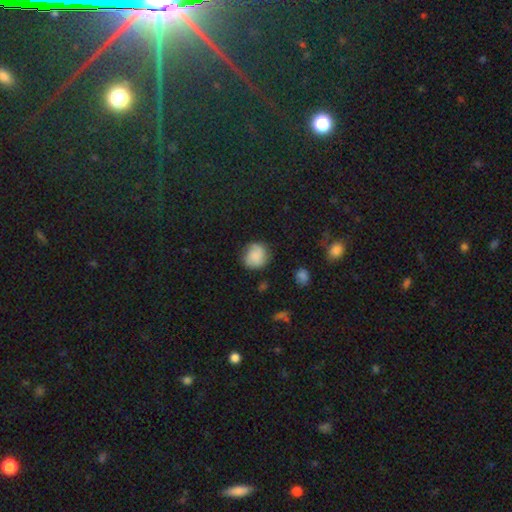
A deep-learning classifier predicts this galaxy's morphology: A smooth galaxy with no disk features (73%) that is round (80%). Merging: none (70%).